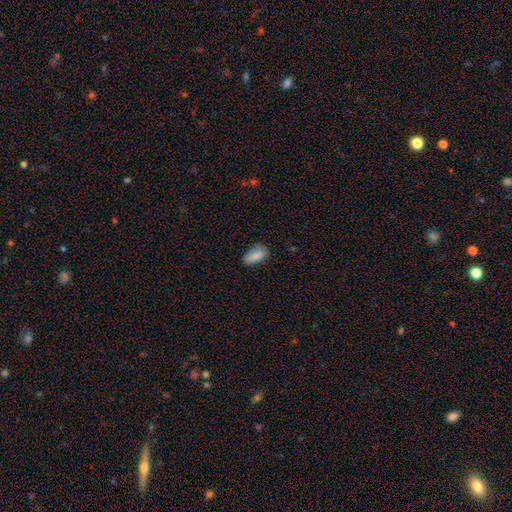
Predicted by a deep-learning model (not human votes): Smooth or featured? Predicted: smooth (p=0.87). How rounded? Predicted: in between (p=0.88). Merging? Predicted: none (p=0.75).